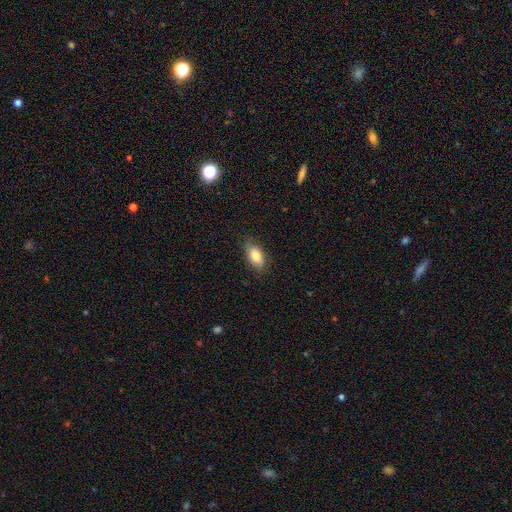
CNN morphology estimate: Q: Smooth or featured?
A: smooth (80%); runner-up: featured or disk (13%)
Q: How rounded?
A: in between (89%); runner-up: cigar-shaped (6%)
Q: Merging?
A: none (83%); runner-up: minor disturbance (13%)